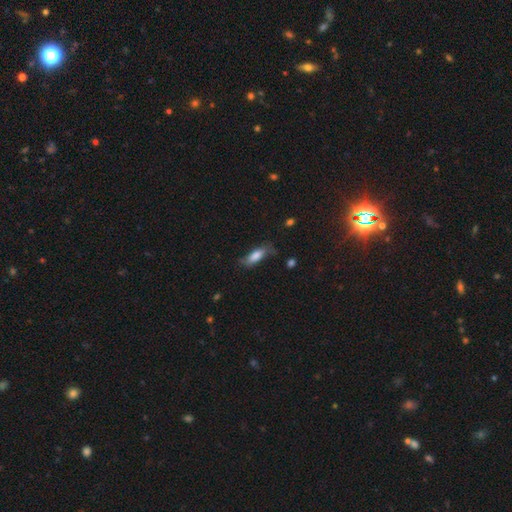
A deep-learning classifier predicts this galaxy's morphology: Smooth or featured?
  - smooth: 73% *
  - featured or disk: 20%
  - star or artifact: 8%
How rounded?
  - in between: 61% *
  - cigar-shaped: 37%
  - round: 2%
Merging?
  - none: 58% *
  - minor disturbance: 29%
  - major disturbance: 11%
  - merger: 2%